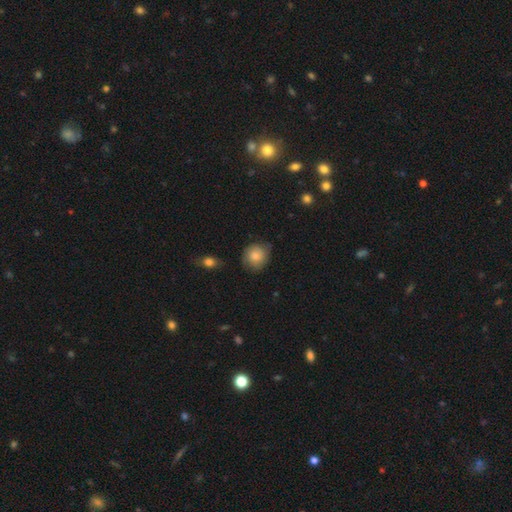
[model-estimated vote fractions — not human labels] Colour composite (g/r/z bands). It shows a smooth galaxy with no disk features (81%) that is round (81%). Merging: none (72%).